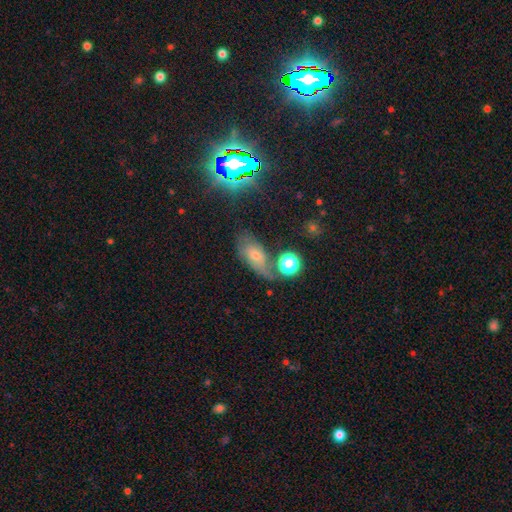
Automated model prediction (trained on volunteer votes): Morphology: type=smooth (42%); merging=none (53%).